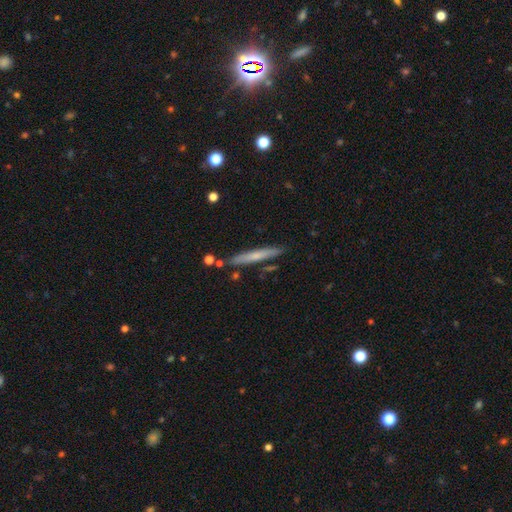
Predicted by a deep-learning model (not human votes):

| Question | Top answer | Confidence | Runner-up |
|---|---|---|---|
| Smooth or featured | smooth | 55% | featured or disk (39%) |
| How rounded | cigar-shaped | 96% | in between (3%) |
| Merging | none | 84% | minor disturbance (10%) |